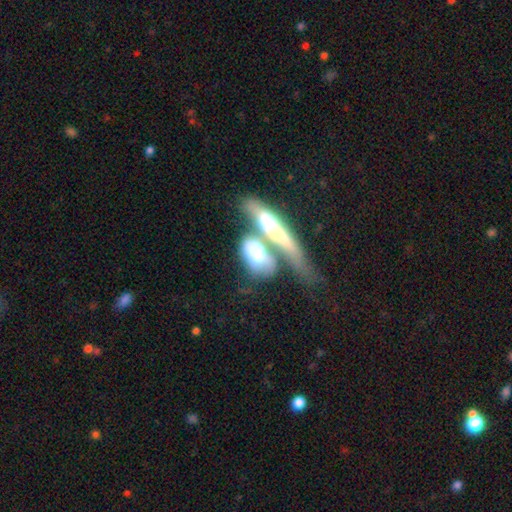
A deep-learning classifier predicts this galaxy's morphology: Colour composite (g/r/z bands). It shows a smooth galaxy with no disk features (56%) that is in between round and cigar-shaped (66%). Merging: merger (61%).